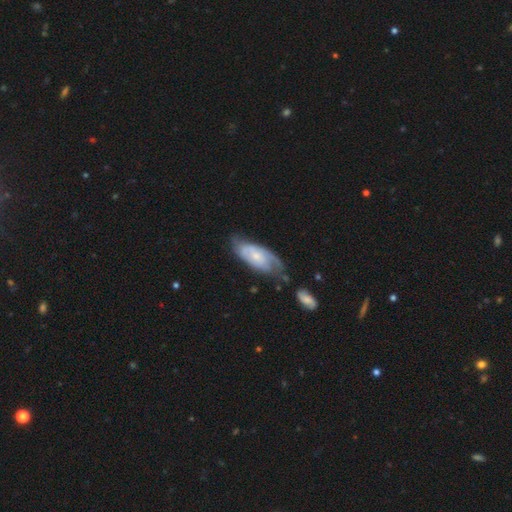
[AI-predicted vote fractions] featured or disk 63%, smooth 31%, star or artifact 6%. Down the decision tree: edge-on disk — no (91%); bar — no (69%); spiral arms — yes (84%); bulge size — small (66%); merging — none (51%).